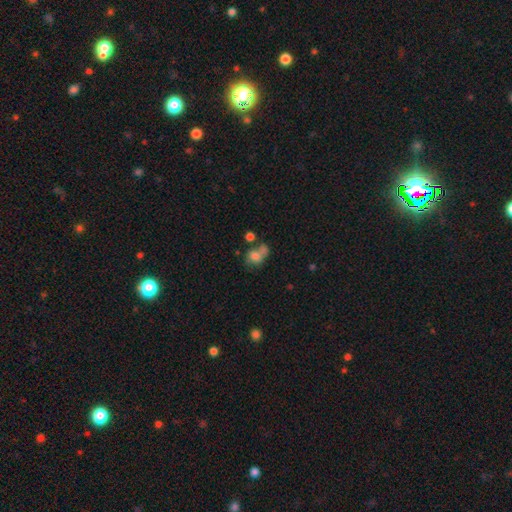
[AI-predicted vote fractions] Q: Smooth or featured?
A: smooth (66%); runner-up: featured or disk (21%)
Q: How rounded?
A: in between (51%); runner-up: round (48%)
Q: Merging?
A: merger (38%); runner-up: none (29%)